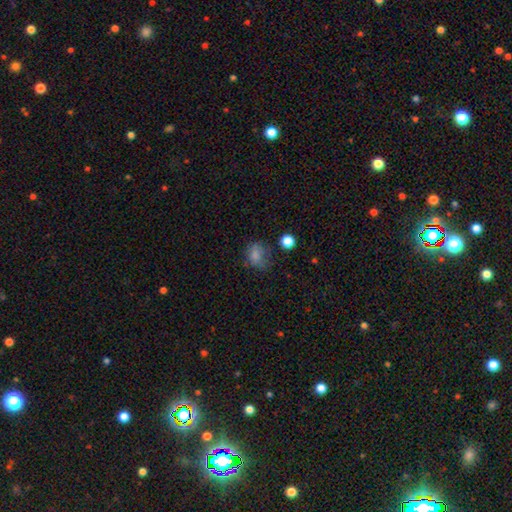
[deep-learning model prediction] This appears to be a smooth galaxy with no disk features (74%) that is in between round and cigar-shaped (53%). Merging: none (54%).